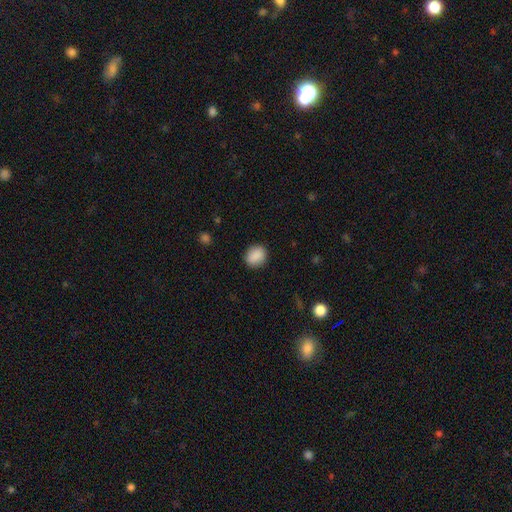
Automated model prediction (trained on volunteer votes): smooth 89%, star or artifact 8%, featured or disk 3%. Down the decision tree: how rounded — in between (51%); merging — none (87%).